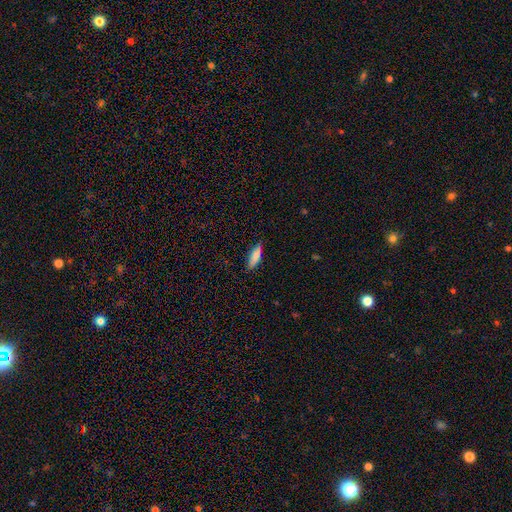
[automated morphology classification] A smooth galaxy with no disk features (83%) that is cigar-shaped (53%). Merging: none (83%).